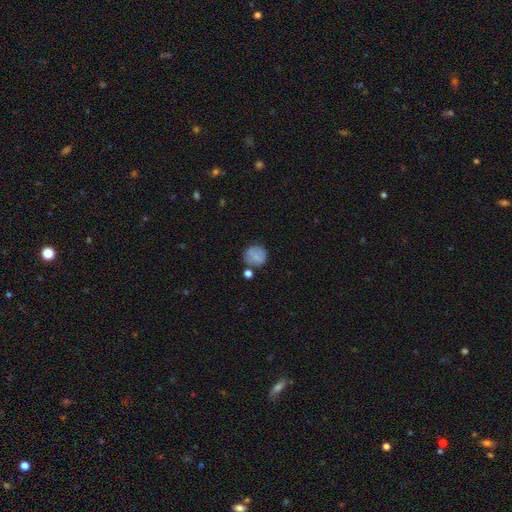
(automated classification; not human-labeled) A smooth galaxy with no disk features (75%) that is round (86%).

Vote fractions:
- Smooth or featured? smooth: 75% / featured or disk: 15% / star or artifact: 10%
- How rounded? round: 86% / in between: 12% / cigar-shaped: 1%
- Merging? none: 64% / minor disturbance: 18% / merger: 13% / major disturbance: 6%